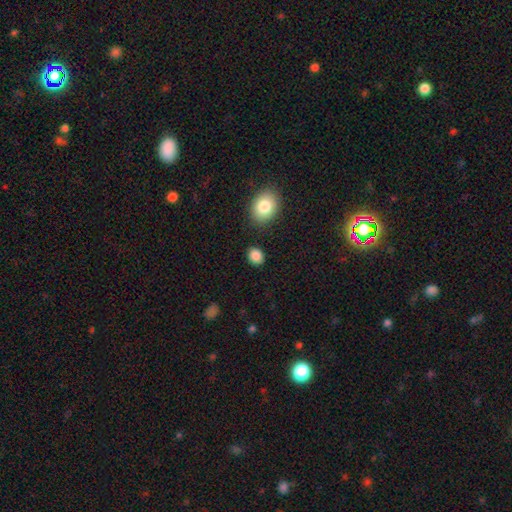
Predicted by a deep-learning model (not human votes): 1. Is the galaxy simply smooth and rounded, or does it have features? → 87% smooth, 9% star or artifact, 4% featured or disk.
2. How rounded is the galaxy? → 55% round, 44% in between, 1% cigar-shaped.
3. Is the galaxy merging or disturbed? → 84% none, 10% minor disturbance, 3% merger, 3% major disturbance.